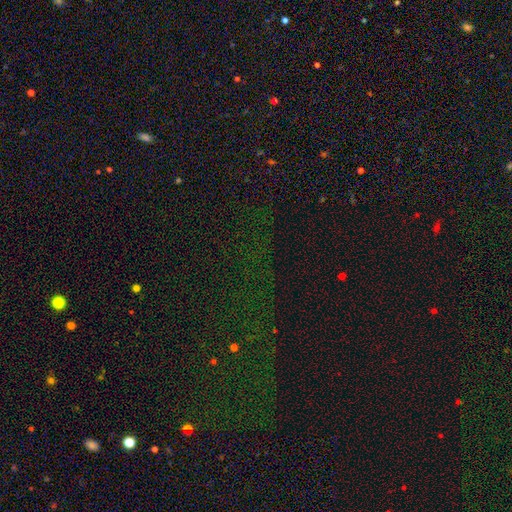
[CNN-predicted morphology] This appears to be a star or artifact, not a galaxy (78%).